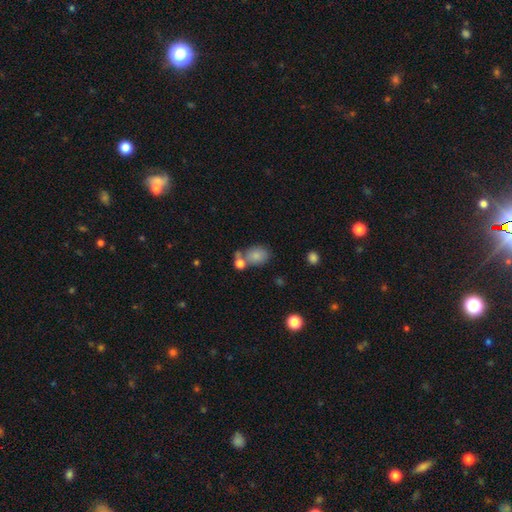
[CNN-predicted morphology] This is clearly a smooth galaxy (81%). How rounded: likely in between (65%). Merging: possibly none (50%).